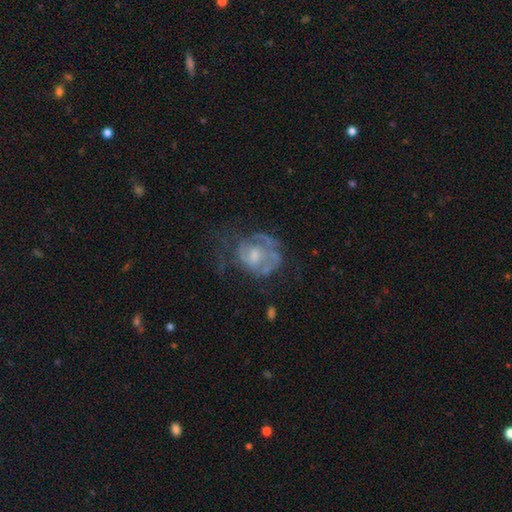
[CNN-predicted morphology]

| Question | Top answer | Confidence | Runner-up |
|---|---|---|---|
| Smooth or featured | featured or disk | 67% | smooth (23%) |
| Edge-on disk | no | 98% | yes (2%) |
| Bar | no | 62% | weak (32%) |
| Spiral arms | yes | 56% | no (44%) |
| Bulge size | moderate | 40% | small (37%) |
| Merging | none | 37% | major disturbance (36%) |